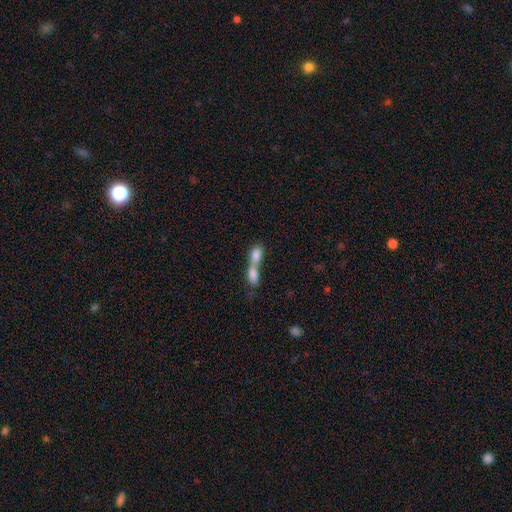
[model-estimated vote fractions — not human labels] The model was most divided on "how rounded": in between: 72%, round: 16%, cigar-shaped: 12%. More confident: merging — merger (82%); smooth or featured — smooth (77%).